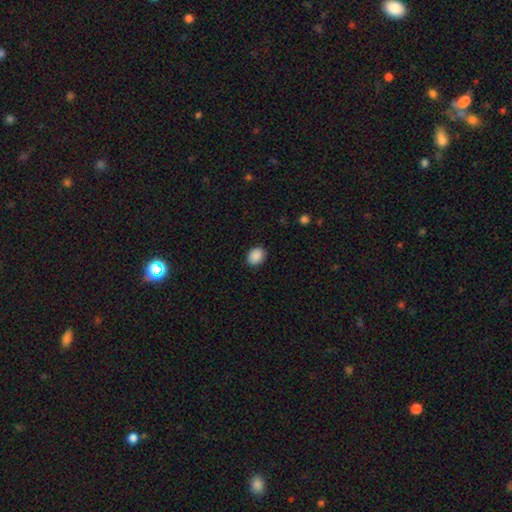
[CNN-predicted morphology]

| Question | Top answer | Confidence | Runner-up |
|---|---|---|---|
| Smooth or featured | smooth | 89% | star or artifact (8%) |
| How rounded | round | 50% | in between (49%) |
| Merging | none | 89% | minor disturbance (8%) |